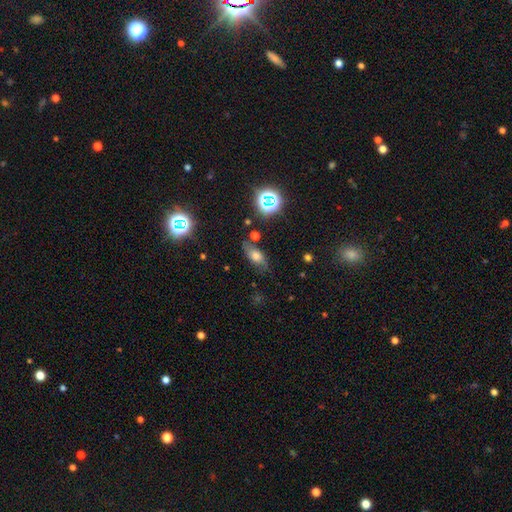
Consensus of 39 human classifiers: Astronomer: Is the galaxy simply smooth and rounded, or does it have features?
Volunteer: smooth — 54% (runner-up: featured or disk, 38%).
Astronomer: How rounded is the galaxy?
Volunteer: in between — 71%.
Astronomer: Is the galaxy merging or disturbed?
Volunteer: none — 78%.